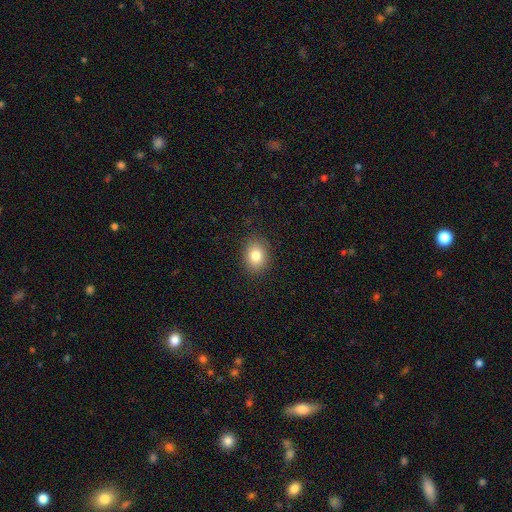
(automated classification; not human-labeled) This is clearly a smooth galaxy (82%). How rounded: possibly in between (55%). Merging: clearly none (87%).